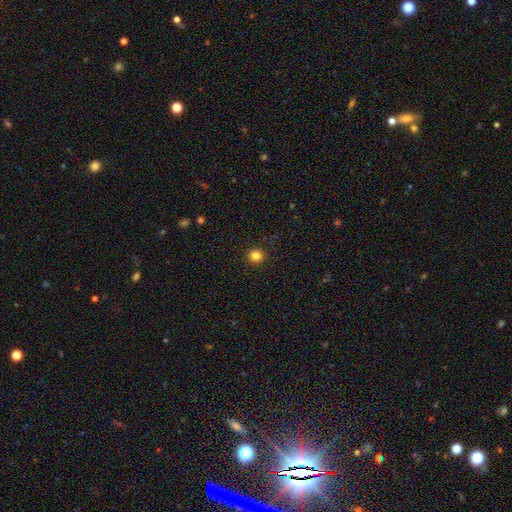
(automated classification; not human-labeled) Smooth or featured? Predicted: smooth (p=0.82). How rounded? Predicted: round (p=0.94). Merging? Predicted: none (p=0.93).